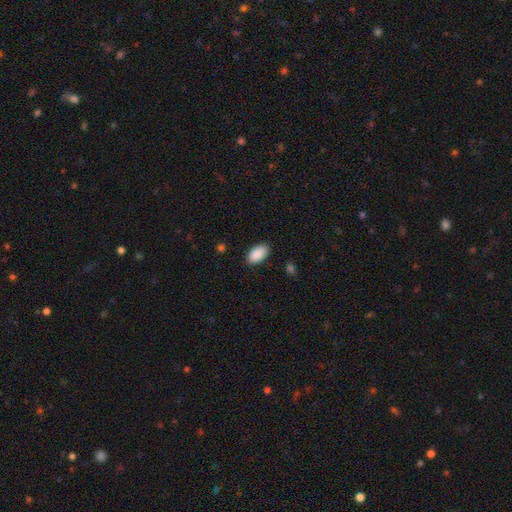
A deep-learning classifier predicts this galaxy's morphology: Smooth or featured? Predicted: smooth (p=0.91). How rounded? Predicted: in between (p=0.95). Merging? Predicted: none (p=0.88).